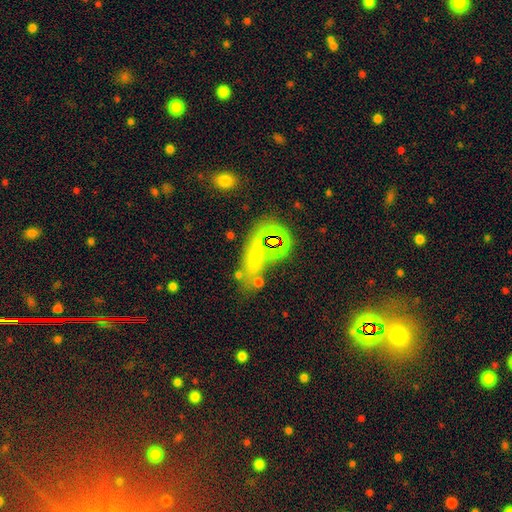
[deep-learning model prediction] Q: Smooth or featured?
A: smooth (43%); runner-up: star or artifact (39%)
Q: Merging?
A: none (53%); runner-up: minor disturbance (18%)